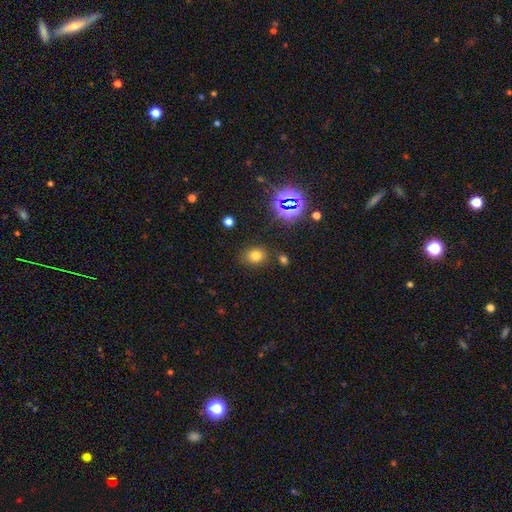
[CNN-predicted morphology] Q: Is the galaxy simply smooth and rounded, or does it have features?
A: smooth — 70%.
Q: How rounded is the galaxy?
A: round — 60%.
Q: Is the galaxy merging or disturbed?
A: none — 80%.